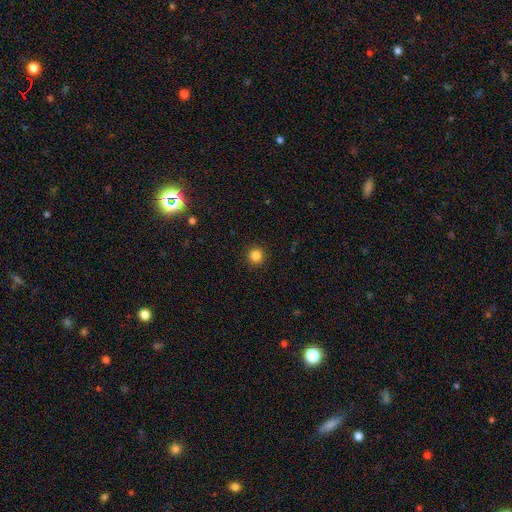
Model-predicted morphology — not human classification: A smooth galaxy with no disk features (84%) that is round (95%).

Vote fractions:
- Smooth or featured? smooth: 84% / star or artifact: 12% / featured or disk: 4%
- How rounded? round: 95% / in between: 4% / cigar-shaped: 1%
- Merging? none: 93% / minor disturbance: 4% / major disturbance: 2% / merger: 1%